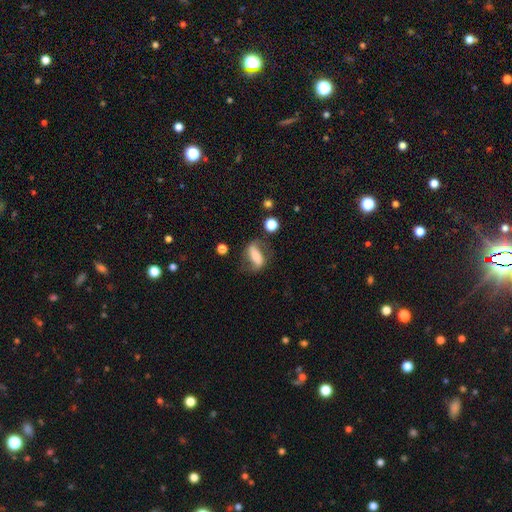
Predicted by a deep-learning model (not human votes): This appears to be a featured or disk galaxy (51%). Merging: none (63%).